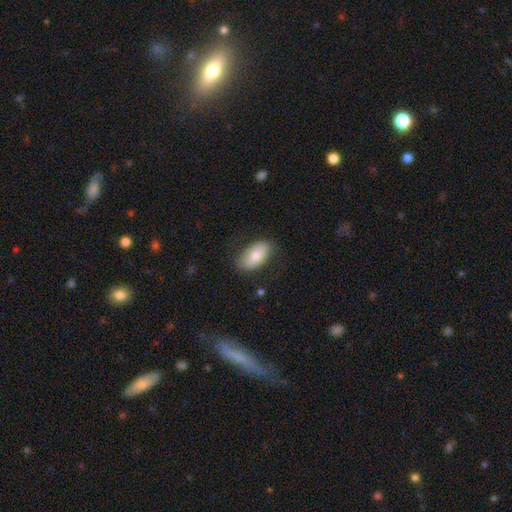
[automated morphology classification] A smooth galaxy with no disk features (75%) that is in between round and cigar-shaped (94%). Merging: none (77%).